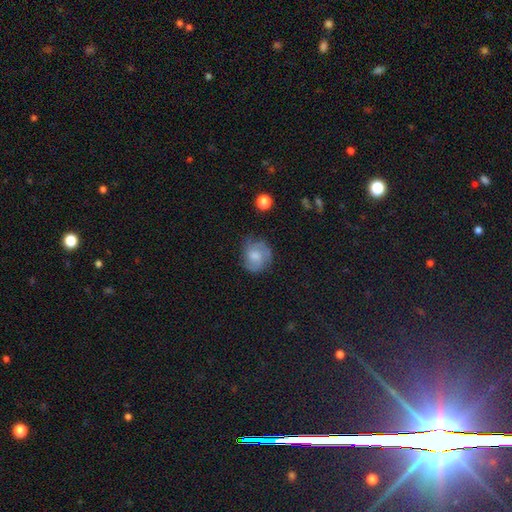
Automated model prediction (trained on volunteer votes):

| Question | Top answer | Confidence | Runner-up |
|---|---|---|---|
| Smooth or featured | smooth | 46% | tied: featured or disk (46%) |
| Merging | none | 68% | minor disturbance (22%) |